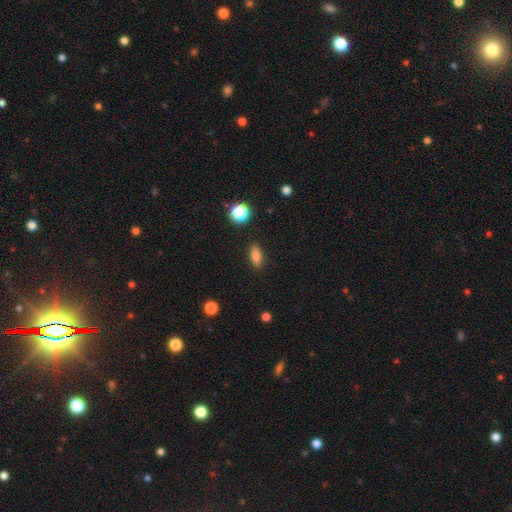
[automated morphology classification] This appears to be a smooth galaxy with no disk features (78%) that is in between round and cigar-shaped (71%). Merging: none (88%).